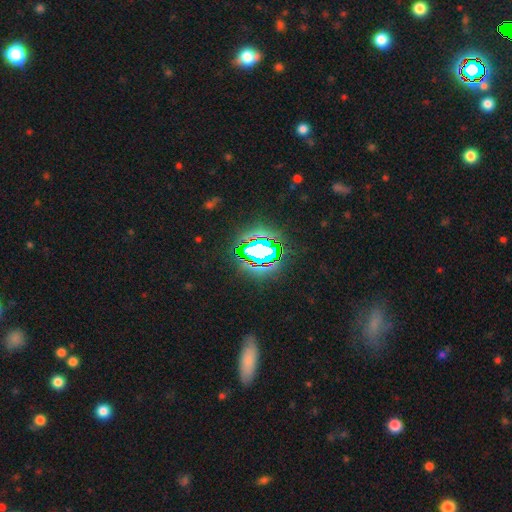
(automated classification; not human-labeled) Q: Smooth or featured?
A: star or artifact (73%); runner-up: smooth (15%)